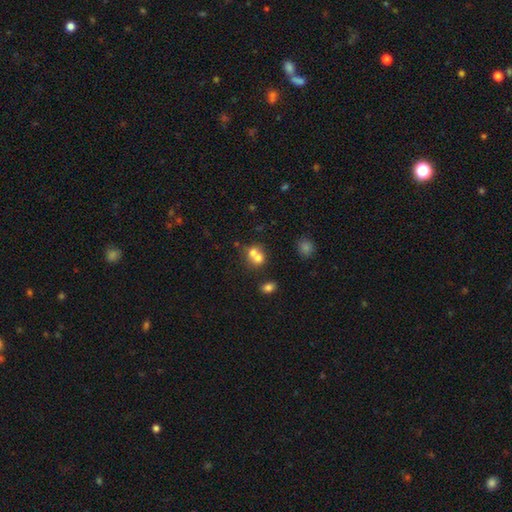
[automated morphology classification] A smooth galaxy with no disk features (67%) that is round (71%).

Vote fractions:
- Smooth or featured? smooth: 67% / featured or disk: 20% / star or artifact: 13%
- How rounded? round: 71% / in between: 28% / cigar-shaped: 1%
- Merging? merger: 64% / none: 27% / minor disturbance: 6% / major disturbance: 3%